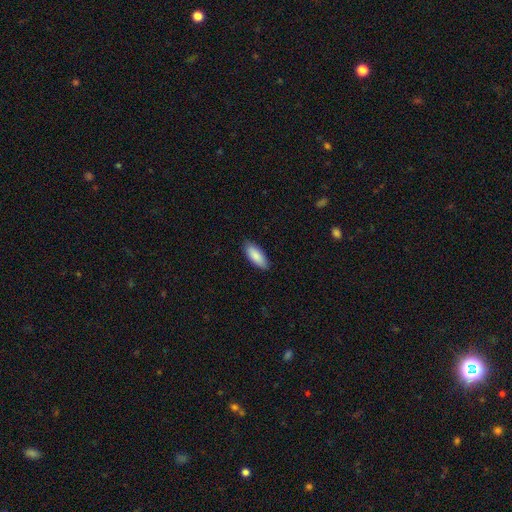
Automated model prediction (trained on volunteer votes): Morphology: type=smooth (88%); roundness=in between (77%); merging=none (87%).